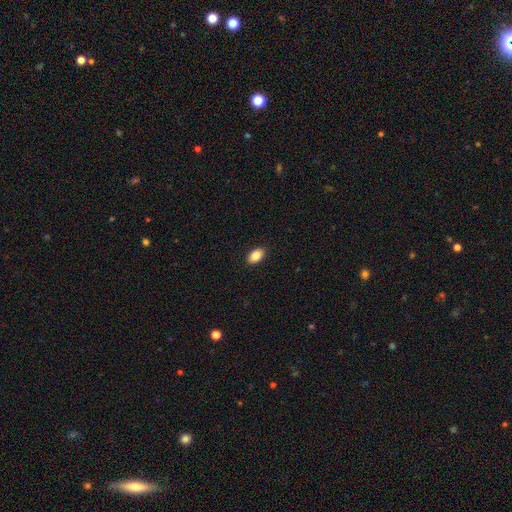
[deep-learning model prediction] A smooth galaxy with no disk features (87%) that is in between round and cigar-shaped (91%).

Vote fractions:
- Smooth or featured? smooth: 87% / star or artifact: 8% / featured or disk: 6%
- How rounded? in between: 91% / round: 7% / cigar-shaped: 2%
- Merging? none: 90% / minor disturbance: 7% / major disturbance: 2% / merger: 1%